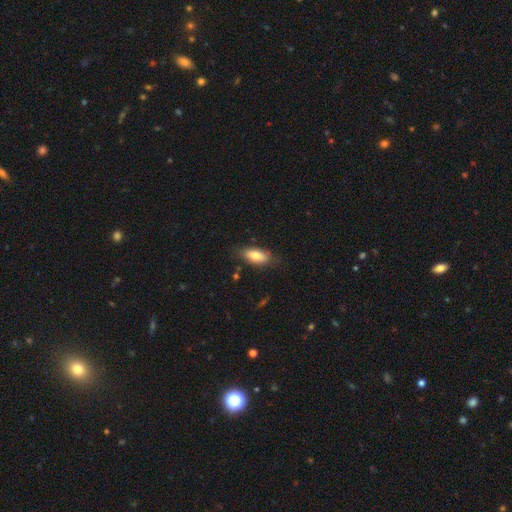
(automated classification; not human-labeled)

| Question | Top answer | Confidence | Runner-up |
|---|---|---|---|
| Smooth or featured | smooth | 79% | featured or disk (15%) |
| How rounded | in between | 85% | cigar-shaped (12%) |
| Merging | none | 76% | minor disturbance (18%) |